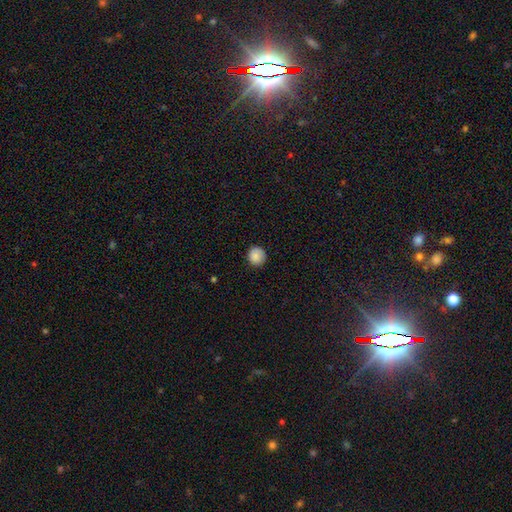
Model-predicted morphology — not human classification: A smooth galaxy with no disk features (87%) that is round (92%). Merging: none (88%).